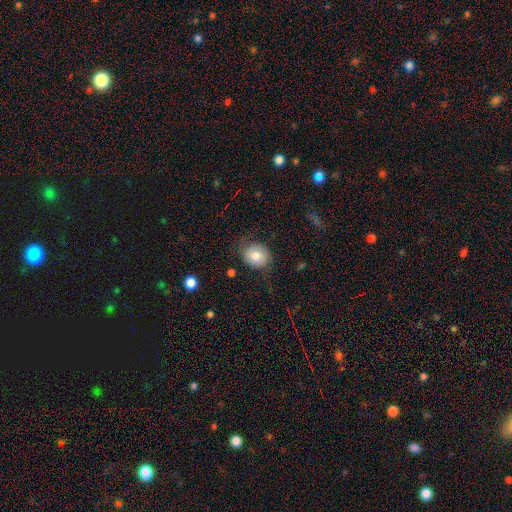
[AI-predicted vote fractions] This is likely a smooth galaxy (72%). How rounded: likely round (64%). Merging: likely none (67%).